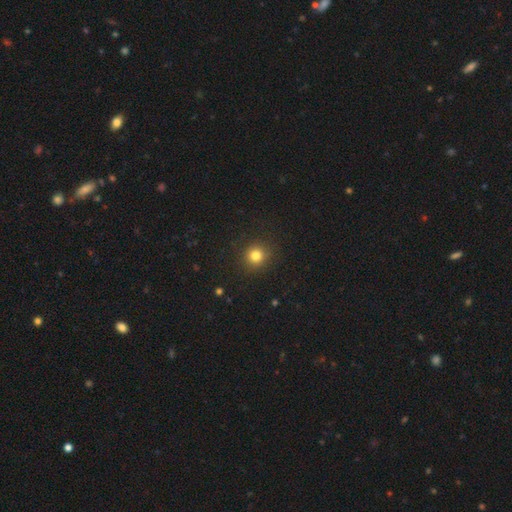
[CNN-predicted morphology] type=smooth (81%); roundness=round (91%); merging=none (90%).